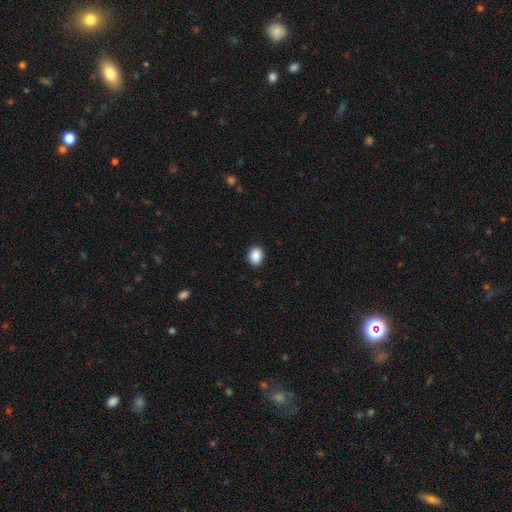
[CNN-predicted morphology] Smooth or featured? smooth (89%)
How rounded? in between (53%)
Merging? none (89%)